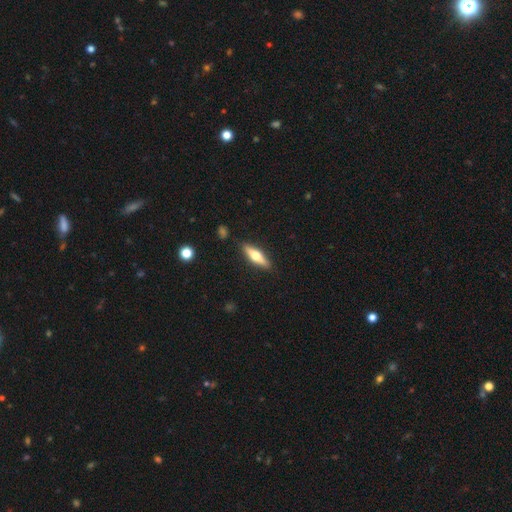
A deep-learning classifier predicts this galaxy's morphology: Q: Smooth or featured?
A: featured or disk (50%); runner-up: smooth (44%)
Q: Edge-on disk?
A: yes (91%); runner-up: no (9%)
Q: Merging?
A: none (88%); runner-up: minor disturbance (9%)